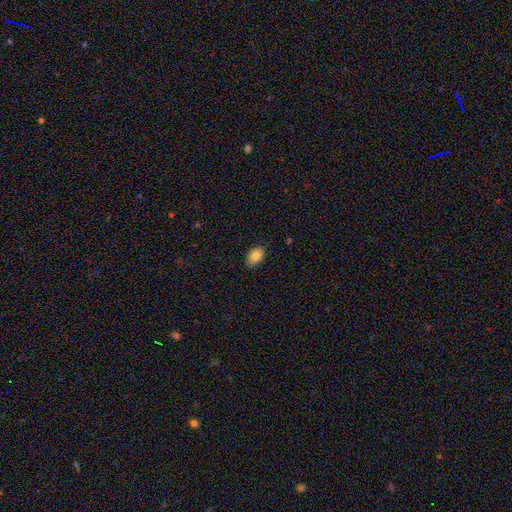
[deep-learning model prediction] This is clearly a smooth galaxy (84%). How rounded: clearly in between (89%). Merging: clearly none (85%).